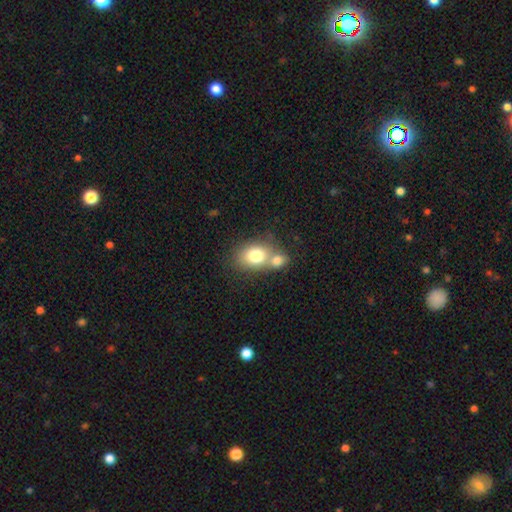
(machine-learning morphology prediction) smooth-or-featured: smooth: 77% | featured or disk: 15% | star or artifact: 9%
  how-rounded: in between: 64% | round: 34% | cigar-shaped: 1%
  merging: merger: 51% | none: 35% | minor disturbance: 9% | major disturbance: 4%